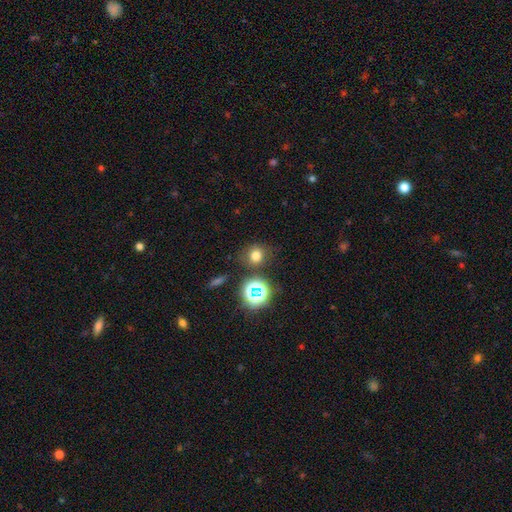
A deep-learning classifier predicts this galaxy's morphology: Overall: smooth (70%). How rounded: round (78%). Merging: none (78%).